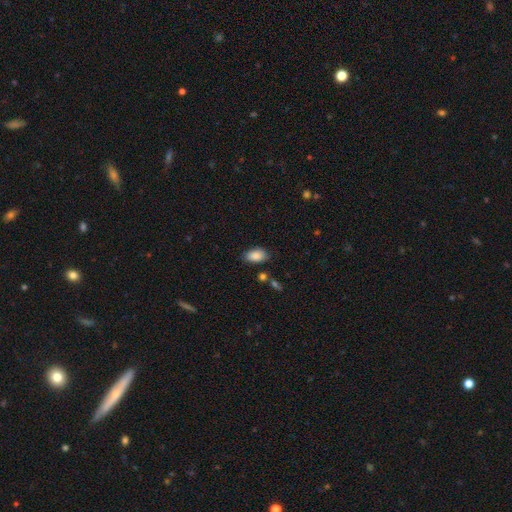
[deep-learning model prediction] Overall: smooth (88%). How rounded: in between (93%). Merging: none (80%).